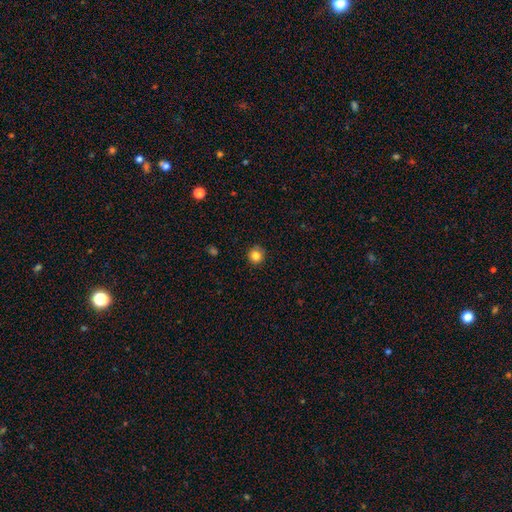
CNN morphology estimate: Q: Smooth or featured?
A: smooth (84%); runner-up: star or artifact (11%)
Q: How rounded?
A: round (92%); runner-up: in between (7%)
Q: Merging?
A: none (90%); runner-up: minor disturbance (7%)